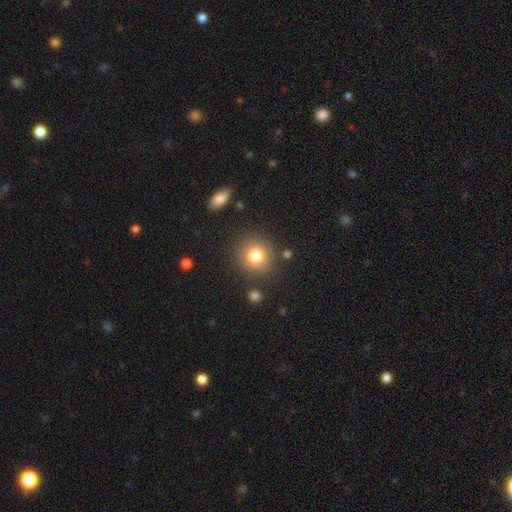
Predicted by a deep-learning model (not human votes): Smooth or featured: smooth — 79% (star or artifact — 11%)
How rounded: round — 89% (in between — 10%)
Merging: none — 85% (minor disturbance — 8%)